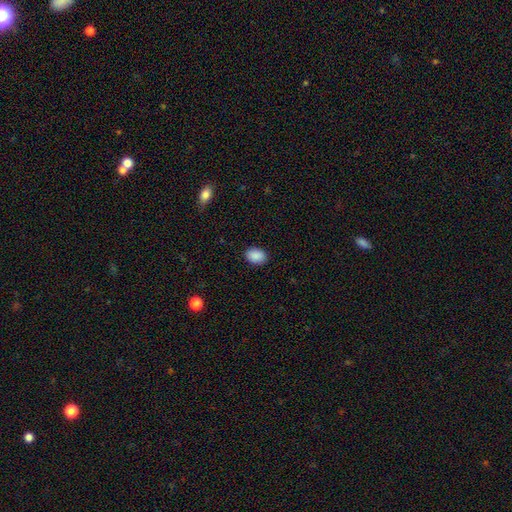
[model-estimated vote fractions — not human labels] smooth 90%, star or artifact 7%, featured or disk 3%. Down the decision tree: how rounded — in between (77%); merging — none (89%).